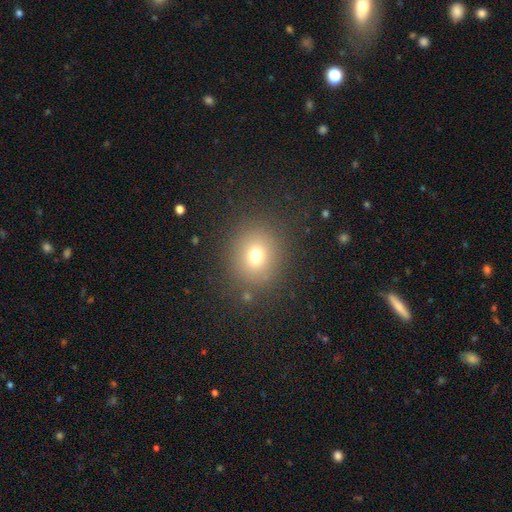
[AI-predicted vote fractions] A smooth galaxy with no disk features (72%) that is round (79%).

Vote fractions:
- Smooth or featured? smooth: 72% / star or artifact: 17% / featured or disk: 11%
- How rounded? round: 79% / in between: 20% / cigar-shaped: 1%
- Merging? none: 85% / minor disturbance: 8% / major disturbance: 5% / merger: 2%